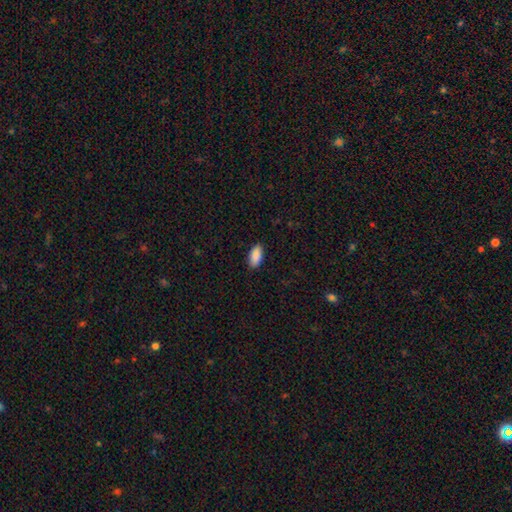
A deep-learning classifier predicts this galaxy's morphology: A smooth galaxy with no disk features (91%) that is in between round and cigar-shaped (92%). Merging: none (88%).